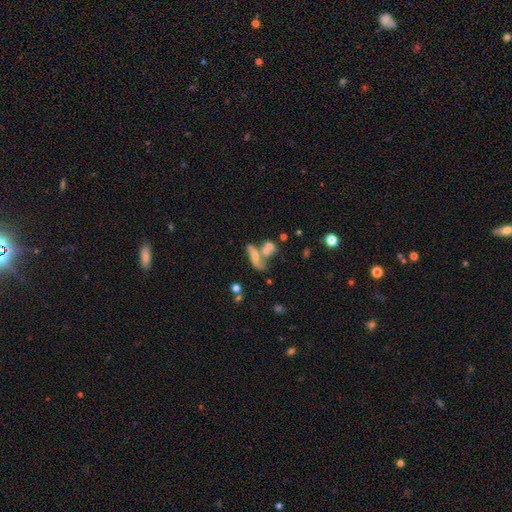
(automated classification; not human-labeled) smooth_or_featured: featured or disk (p=0.45) [alt: smooth p=0.41]
merging: merger (p=0.46) [alt: none p=0.32]